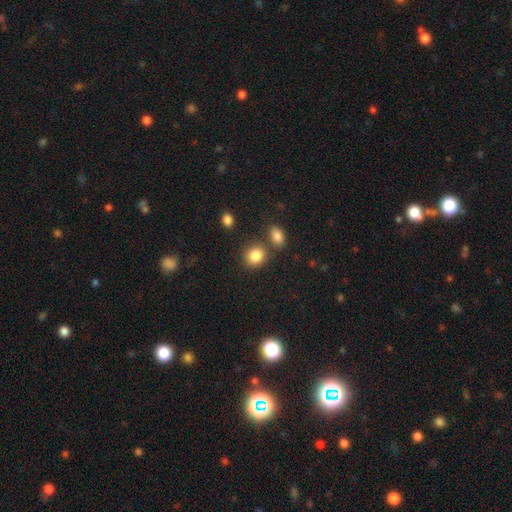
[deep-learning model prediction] This appears to be a smooth galaxy with no disk features (85%) that is round (71%). Merging: none (69%).